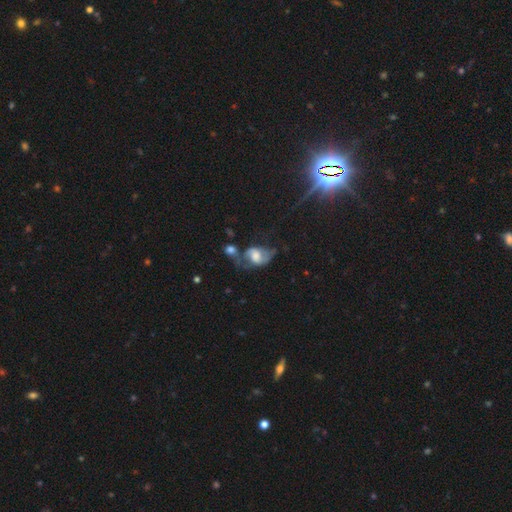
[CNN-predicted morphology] A featured or disk galaxy (51%). Merging: major disturbance (29%).